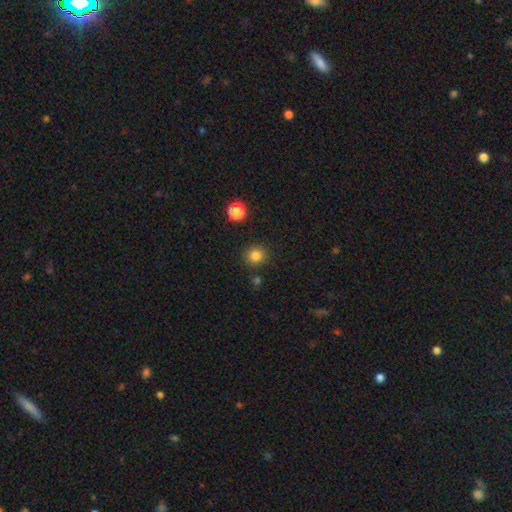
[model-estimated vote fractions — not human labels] Smooth or featured?
  - smooth: 81% *
  - star or artifact: 14%
  - featured or disk: 5%
How rounded?
  - round: 91% *
  - in between: 9%
  - cigar-shaped: 1%
Merging?
  - none: 87% *
  - minor disturbance: 7%
  - merger: 3%
  - major disturbance: 2%